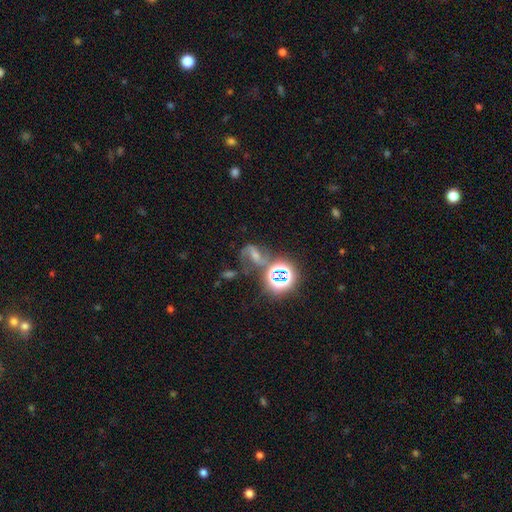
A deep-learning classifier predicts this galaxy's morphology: Q: Smooth or featured?
A: featured or disk (49%); runner-up: star or artifact (36%)
Q: Merging?
A: none (58%); runner-up: minor disturbance (15%)